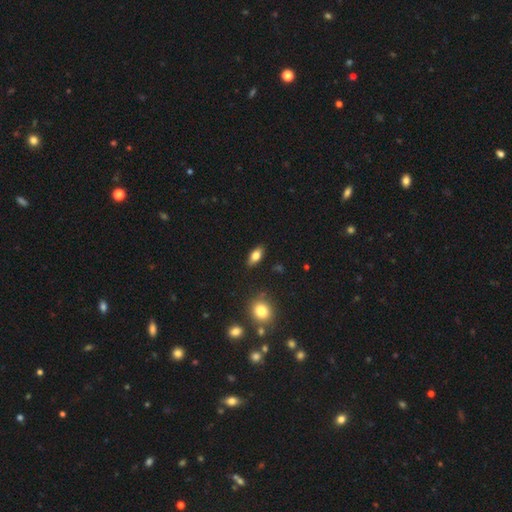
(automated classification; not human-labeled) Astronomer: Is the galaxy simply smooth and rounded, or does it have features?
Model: smooth — 75%.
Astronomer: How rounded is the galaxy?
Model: in between — 85%.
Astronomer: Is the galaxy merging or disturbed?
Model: none — 86%.